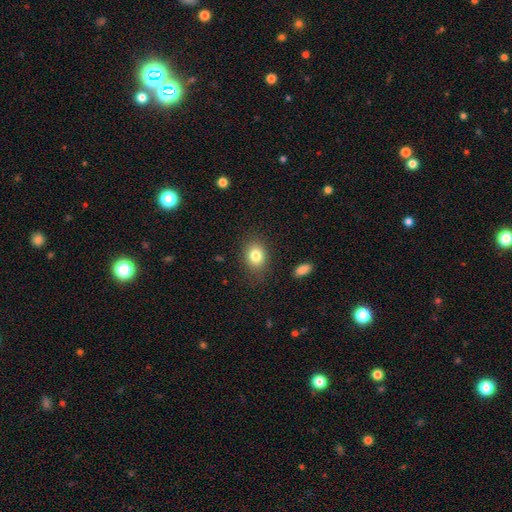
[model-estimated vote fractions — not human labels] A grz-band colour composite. It shows a smooth galaxy with no disk features (81%) that is in between round and cigar-shaped (57%). Merging: none (81%).